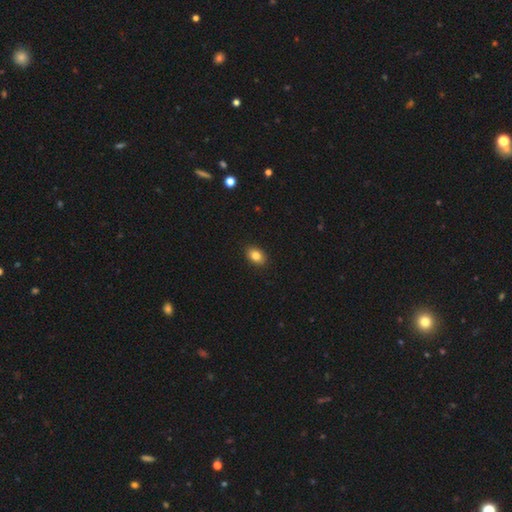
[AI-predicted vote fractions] Smooth or featured: smooth — 84% (star or artifact — 9%)
How rounded: in between — 78% (round — 20%)
Merging: none — 90% (minor disturbance — 7%)